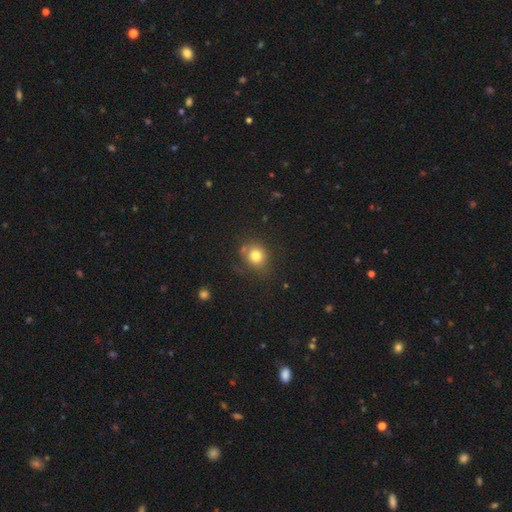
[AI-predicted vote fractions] Morphology: type=smooth (78%); roundness=round (79%); merging=none (68%).